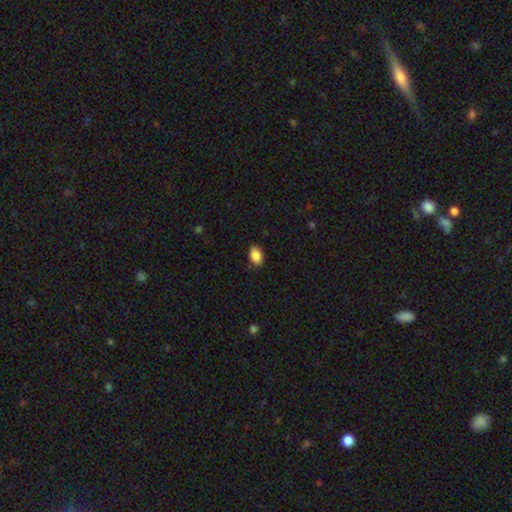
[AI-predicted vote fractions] Smooth or featured?
  - smooth: 87% *
  - star or artifact: 8%
  - featured or disk: 5%
How rounded?
  - in between: 83% *
  - round: 16%
  - cigar-shaped: 1%
Merging?
  - none: 83% *
  - minor disturbance: 13%
  - major disturbance: 2%
  - merger: 1%